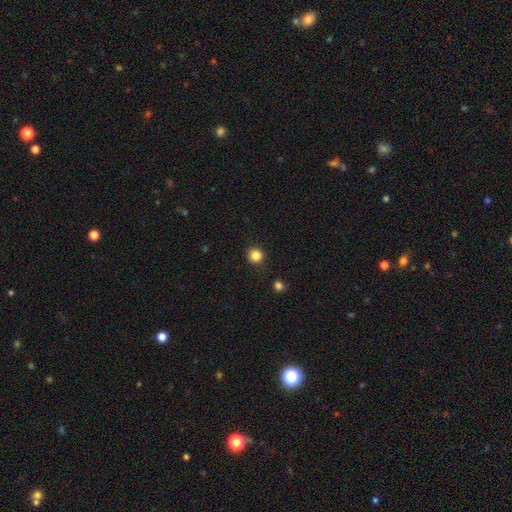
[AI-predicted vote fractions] Morphology: type=smooth (85%); roundness=round (93%); merging=none (89%).